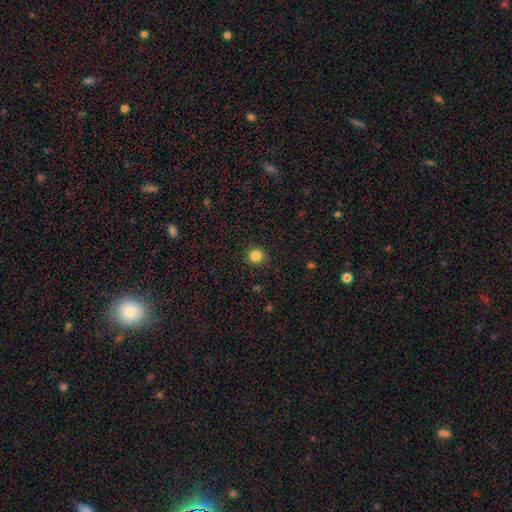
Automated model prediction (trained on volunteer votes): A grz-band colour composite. It shows a smooth galaxy with no disk features (85%) that is round (93%). Merging: none (91%).